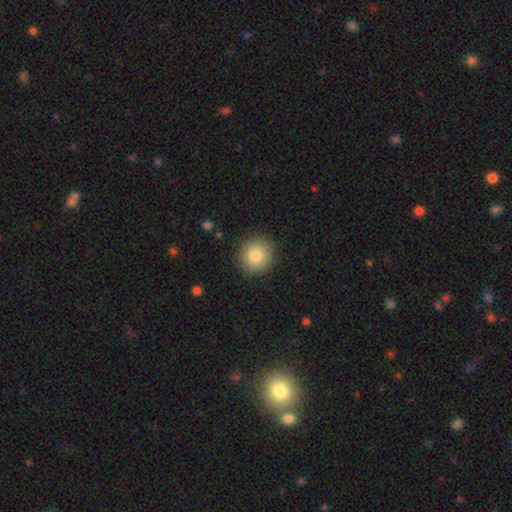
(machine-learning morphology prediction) Smooth or featured? smooth (83%)
How rounded? round (92%)
Merging? none (90%)